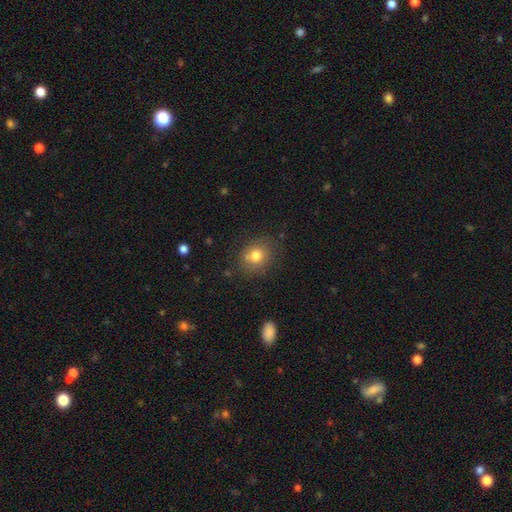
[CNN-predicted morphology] A smooth galaxy with no disk features (77%) that is round (70%).

Vote fractions:
- Smooth or featured? smooth: 77% / star or artifact: 12% / featured or disk: 11%
- How rounded? round: 70% / in between: 30% / cigar-shaped: 1%
- Merging? none: 73% / minor disturbance: 16% / merger: 7% / major disturbance: 5%